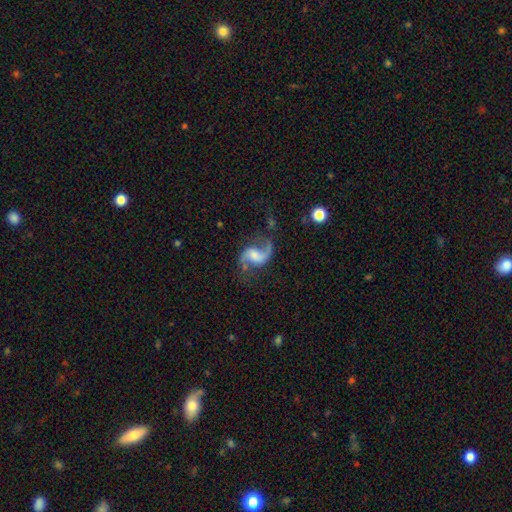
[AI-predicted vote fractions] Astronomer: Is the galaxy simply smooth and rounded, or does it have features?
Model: featured or disk — 87%.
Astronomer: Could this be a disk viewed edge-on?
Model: no — 98%.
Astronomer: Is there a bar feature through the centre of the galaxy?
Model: weak — 45% (runner-up: no, 38%).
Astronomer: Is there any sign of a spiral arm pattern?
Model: yes — 97%.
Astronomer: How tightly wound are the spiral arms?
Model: loose — 71%.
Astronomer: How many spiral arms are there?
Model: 2 — 91%.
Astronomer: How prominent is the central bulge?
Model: moderate — 36% (runner-up: small, 32%).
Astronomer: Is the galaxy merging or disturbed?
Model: none — 68%.